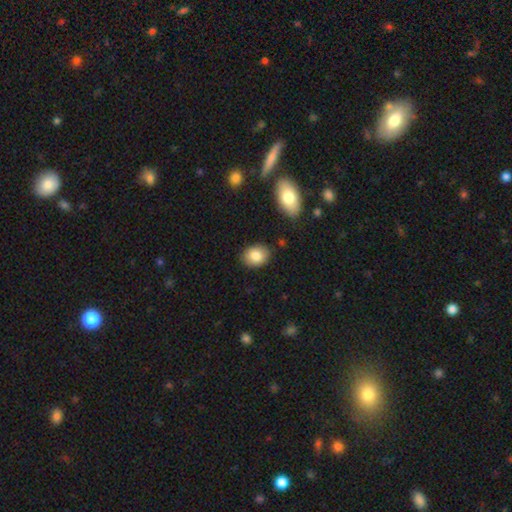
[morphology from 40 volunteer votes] Volunteers were most divided on "how rounded": in between: 68%, round: 32%, cigar-shaped: 0%. More confident: smooth or featured — smooth (92%); merging — none (89%).